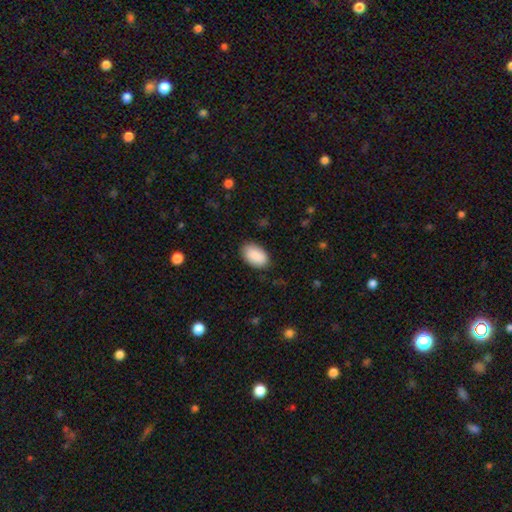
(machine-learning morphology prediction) smooth_or_featured: smooth (p=0.88) [alt: star or artifact p=0.06]
how_rounded: in between (p=0.92) [alt: round p=0.07]
merging: none (p=0.83) [alt: minor disturbance p=0.13]